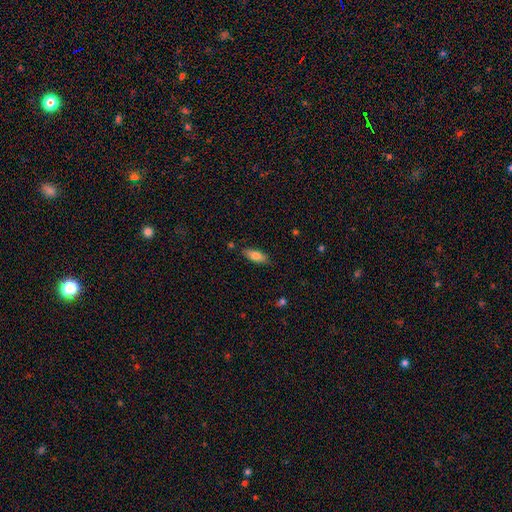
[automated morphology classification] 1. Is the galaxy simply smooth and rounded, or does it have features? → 77% smooth, 16% featured or disk, 7% star or artifact.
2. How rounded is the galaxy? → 73% in between, 25% cigar-shaped, 2% round.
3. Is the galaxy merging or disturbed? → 83% none, 12% minor disturbance, 2% major disturbance, 2% merger.